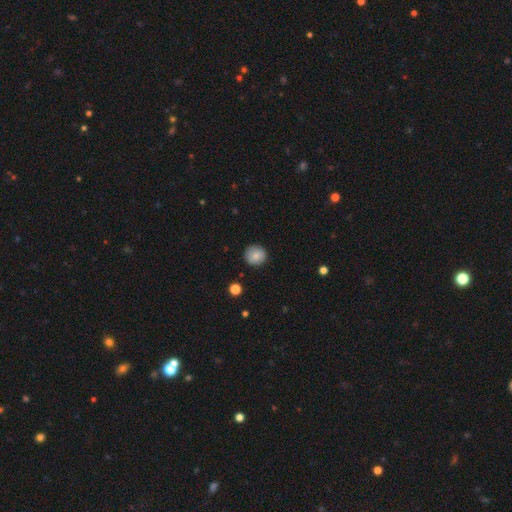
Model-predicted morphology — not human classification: Smooth or featured? smooth (83%)
How rounded? round (92%)
Merging? none (89%)